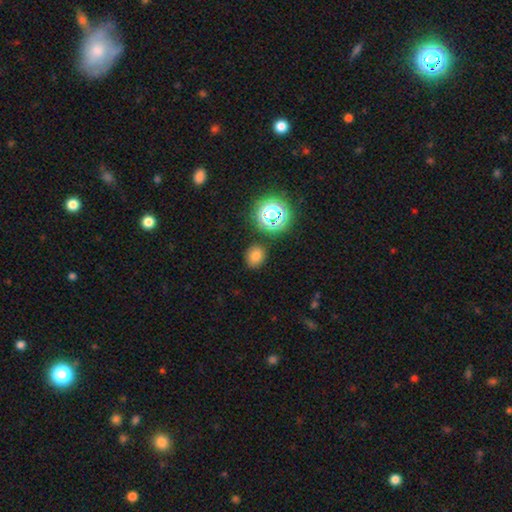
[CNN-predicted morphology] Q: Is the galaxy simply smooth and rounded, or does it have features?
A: smooth — 73%.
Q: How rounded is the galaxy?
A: round — 70%.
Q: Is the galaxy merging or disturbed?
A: none — 84%.